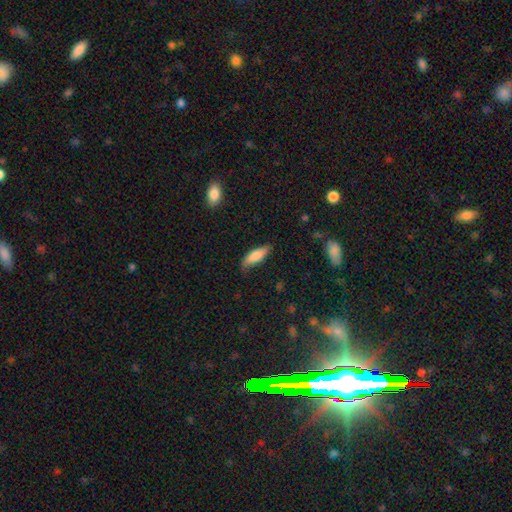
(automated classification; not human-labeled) A smooth galaxy with no disk features (78%) that is in between round and cigar-shaped (55%). Merging: none (72%).